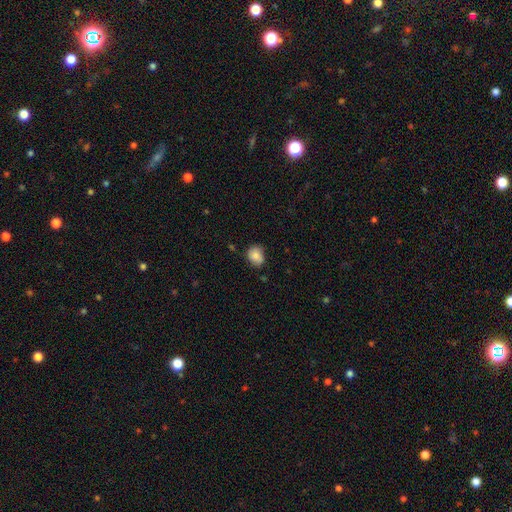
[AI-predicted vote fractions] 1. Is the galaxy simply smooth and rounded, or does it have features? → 82% smooth, 9% featured or disk, 9% star or artifact.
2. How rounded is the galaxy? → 57% round, 42% in between, 1% cigar-shaped.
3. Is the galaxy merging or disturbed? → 69% none, 25% minor disturbance, 4% major disturbance, 2% merger.